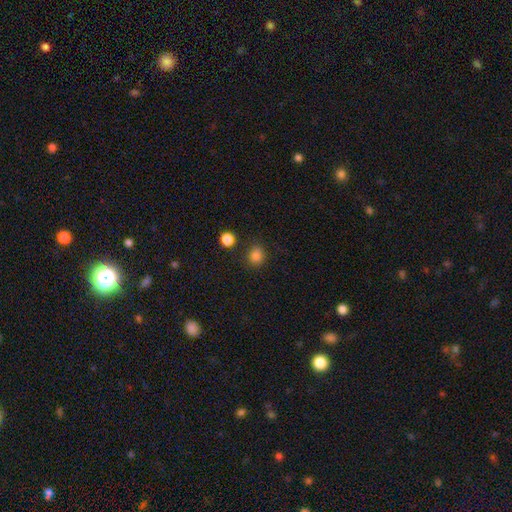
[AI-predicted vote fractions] Morphology: type=smooth (83%); roundness=round (77%); merging=none (83%).